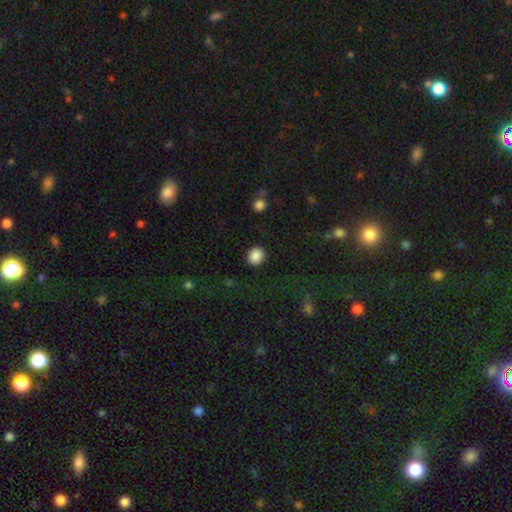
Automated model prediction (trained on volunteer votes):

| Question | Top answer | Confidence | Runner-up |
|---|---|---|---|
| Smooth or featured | smooth | 88% | star or artifact (9%) |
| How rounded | round | 67% | in between (33%) |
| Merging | none | 89% | minor disturbance (7%) |